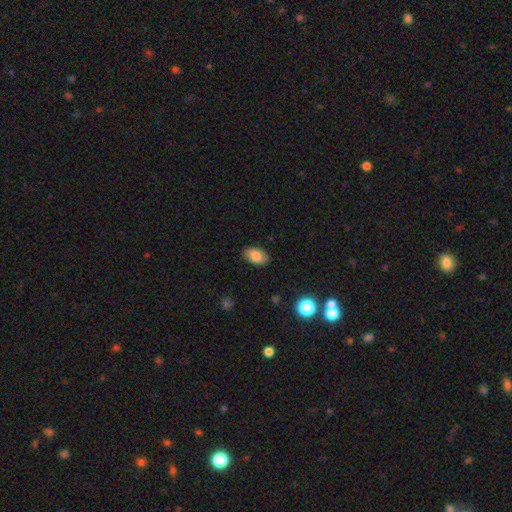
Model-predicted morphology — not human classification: This is likely a smooth galaxy (79%). How rounded: clearly in between (90%). Merging: clearly none (81%).